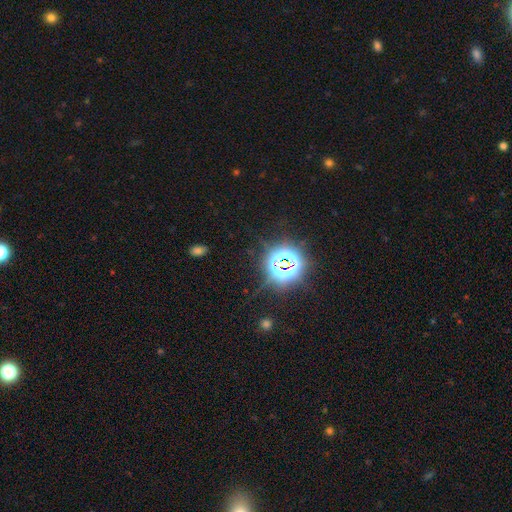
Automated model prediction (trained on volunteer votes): A star or artifact, not a galaxy (82%).